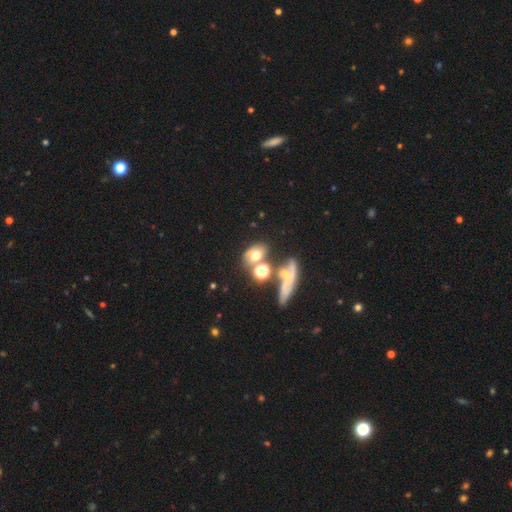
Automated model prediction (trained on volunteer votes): smooth 56%, featured or disk 27%, star or artifact 18%. Down the decision tree: how rounded — in between (61%); merging — none (45%).